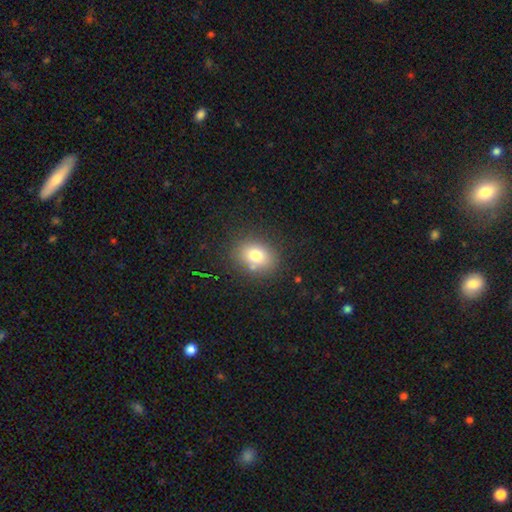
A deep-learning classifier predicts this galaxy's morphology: Smooth or featured? smooth (77%)
How rounded? in between (51%)
Merging? none (81%)